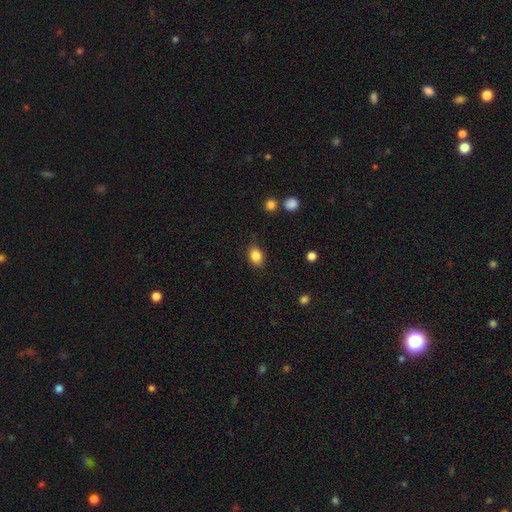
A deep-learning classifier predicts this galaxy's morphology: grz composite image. It shows a smooth galaxy with no disk features (85%) that is in between round and cigar-shaped (59%). Merging: none (82%).